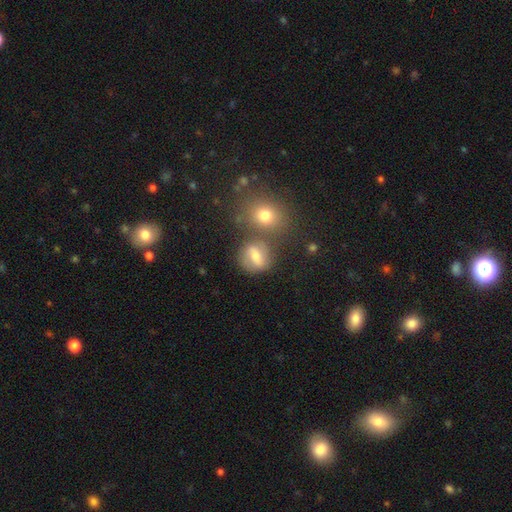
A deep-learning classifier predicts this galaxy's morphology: The model was most divided on "smooth or featured": smooth: 50%, featured or disk: 36%, star or artifact: 14%. More confident: merging — none (66%); how rounded — round (65%).